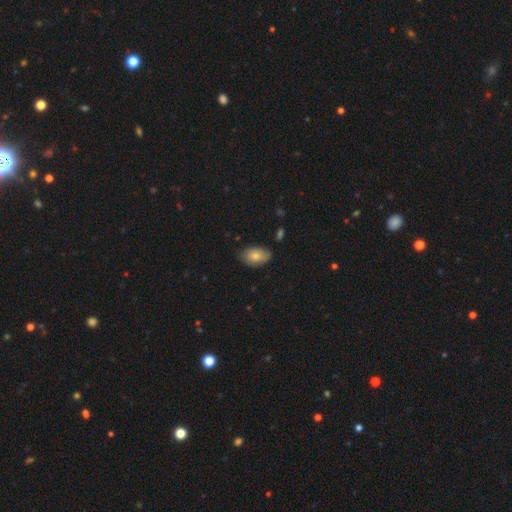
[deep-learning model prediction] smooth-or-featured: smooth: 77% | featured or disk: 16% | star or artifact: 7%
  how-rounded: in between: 92% | round: 6% | cigar-shaped: 2%
  merging: none: 72% | minor disturbance: 23% | major disturbance: 3% | merger: 2%